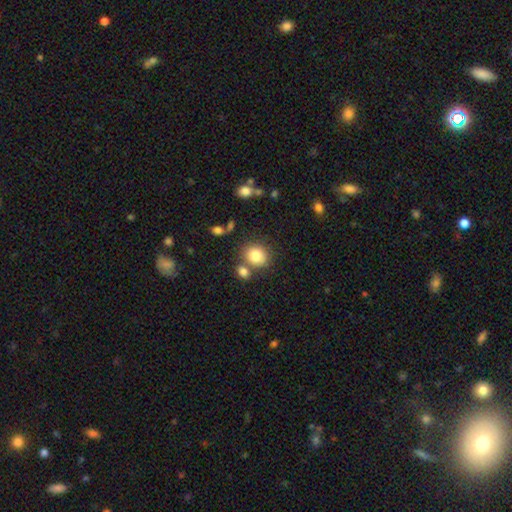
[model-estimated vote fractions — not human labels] Smooth or featured? smooth (83%)
How rounded? round (71%)
Merging? none (66%)